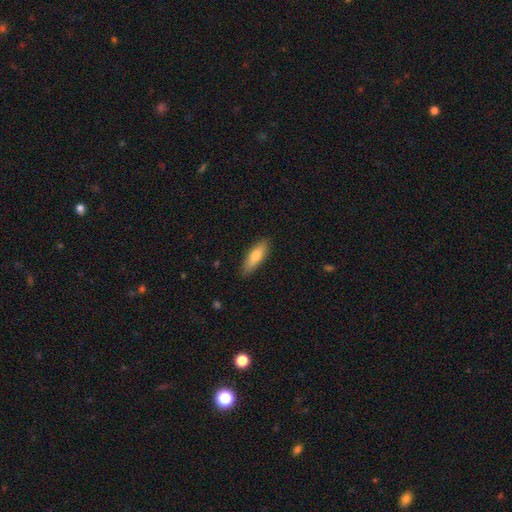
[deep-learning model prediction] smooth_or_featured: smooth (p=0.76) [alt: featured or disk p=0.18]
how_rounded: in between (p=0.53) [alt: cigar-shaped p=0.45]
merging: none (p=0.86) [alt: minor disturbance p=0.11]